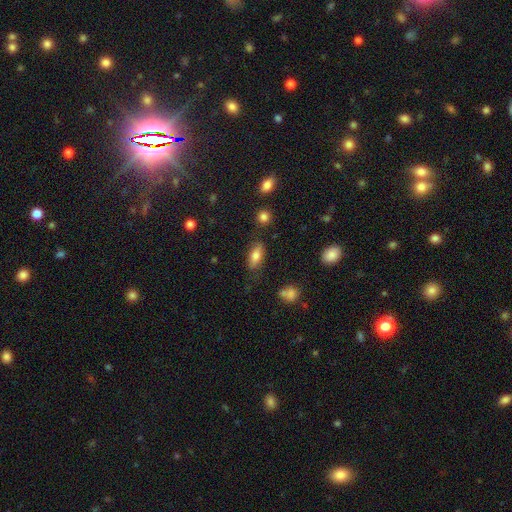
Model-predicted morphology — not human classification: Smooth or featured? Predicted: smooth (p=0.72). How rounded? Predicted: in between (p=0.76). Merging? Predicted: none (p=0.79).